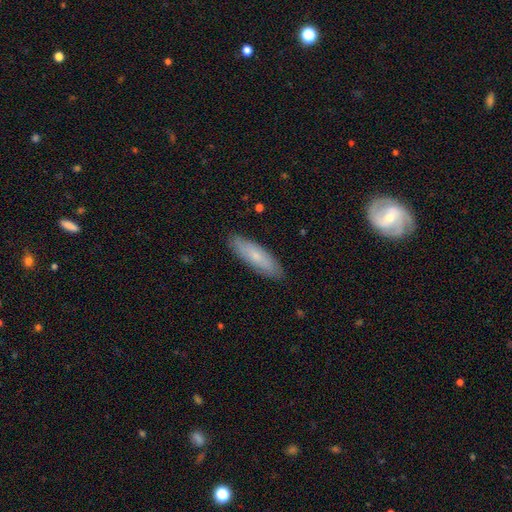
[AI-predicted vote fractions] This appears to be a smooth galaxy with no disk features (67%) that is cigar-shaped (54%). Merging: none (86%).